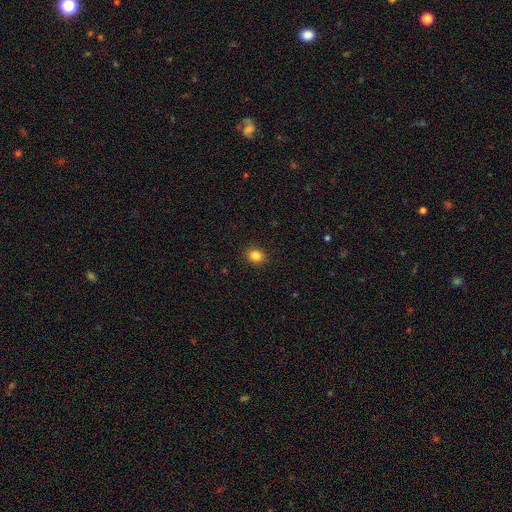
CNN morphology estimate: smooth_or_featured: smooth (p=0.85) [alt: star or artifact p=0.11]
how_rounded: round (p=0.61) [alt: in between p=0.38]
merging: none (p=0.91) [alt: minor disturbance p=0.06]